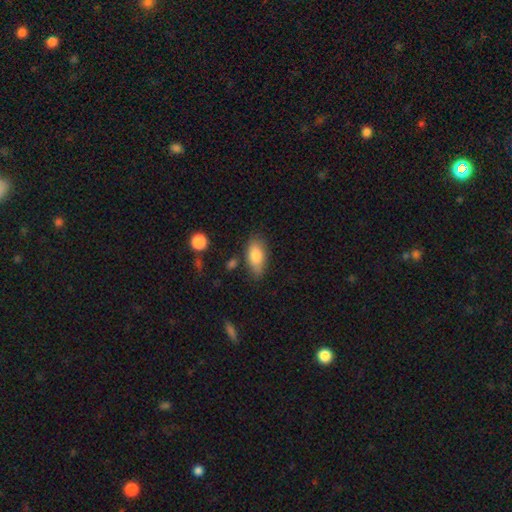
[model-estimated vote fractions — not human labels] smooth_or_featured: smooth (p=0.80) [alt: featured or disk p=0.13]
how_rounded: in between (p=0.87) [alt: cigar-shaped p=0.09]
merging: none (p=0.73) [alt: minor disturbance p=0.20]